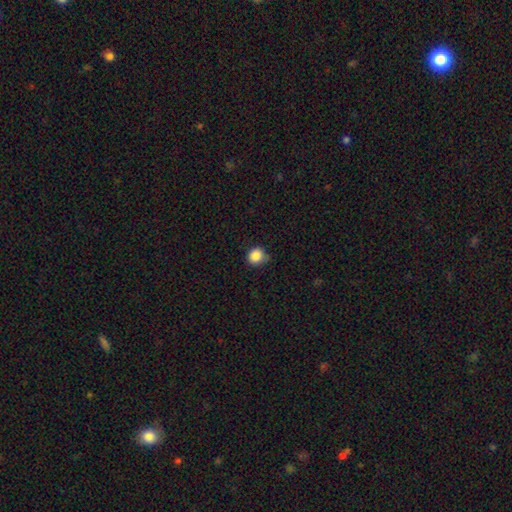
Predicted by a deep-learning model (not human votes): Smooth or featured?
  - smooth: 86% *
  - star or artifact: 10%
  - featured or disk: 4%
How rounded?
  - round: 85% *
  - in between: 14%
  - cigar-shaped: 1%
Merging?
  - none: 72% *
  - minor disturbance: 23%
  - major disturbance: 4%
  - merger: 2%